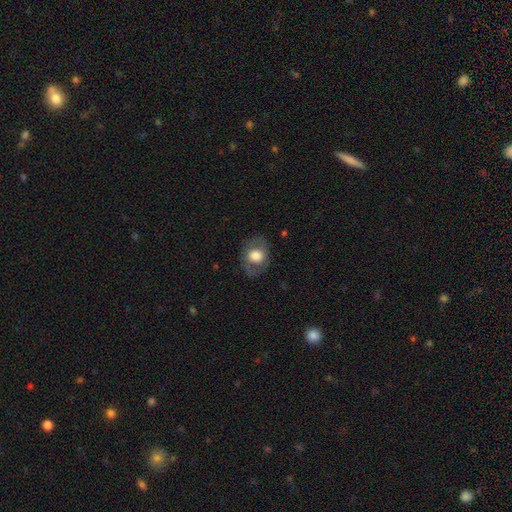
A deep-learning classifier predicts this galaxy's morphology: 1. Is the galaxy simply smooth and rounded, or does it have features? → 60% smooth, 32% featured or disk, 7% star or artifact.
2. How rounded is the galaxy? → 53% round, 46% in between, 1% cigar-shaped.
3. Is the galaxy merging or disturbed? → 75% none, 15% minor disturbance, 9% major disturbance, 1% merger.